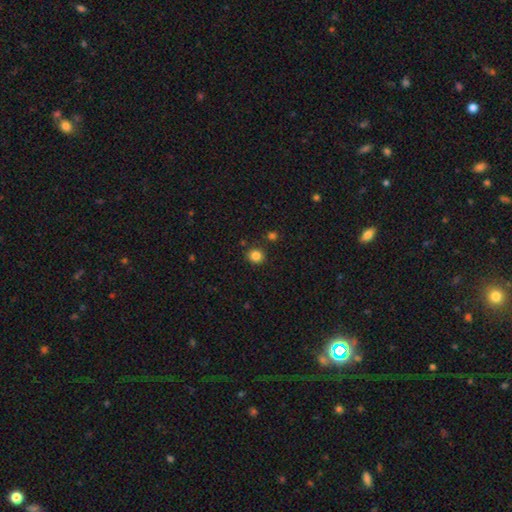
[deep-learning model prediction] This is clearly a smooth galaxy (84%). How rounded: clearly round (86%). Merging: clearly none (86%).